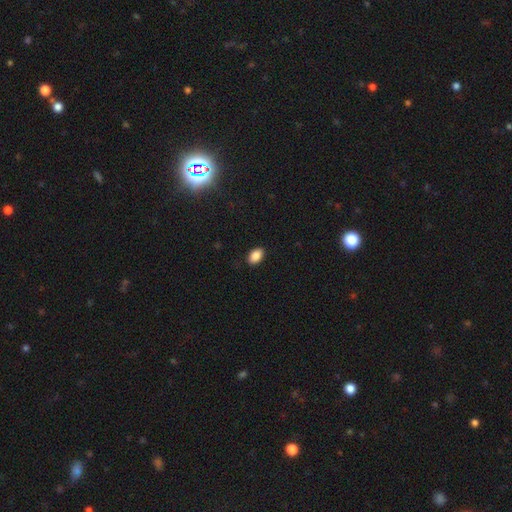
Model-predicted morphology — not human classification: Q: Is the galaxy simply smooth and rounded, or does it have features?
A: smooth — 88%.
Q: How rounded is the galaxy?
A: in between — 87%.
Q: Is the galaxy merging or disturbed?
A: none — 89%.